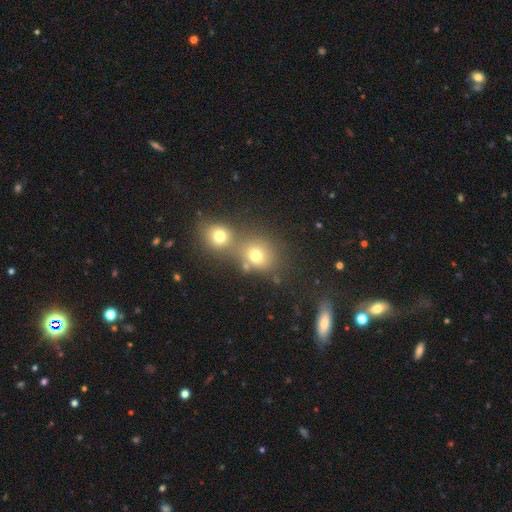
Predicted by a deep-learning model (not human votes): smooth_or_featured: smooth (p=0.72) [alt: star or artifact p=0.17]
how_rounded: round (p=0.74) [alt: in between p=0.25]
merging: merger (p=0.46) [alt: none p=0.43]